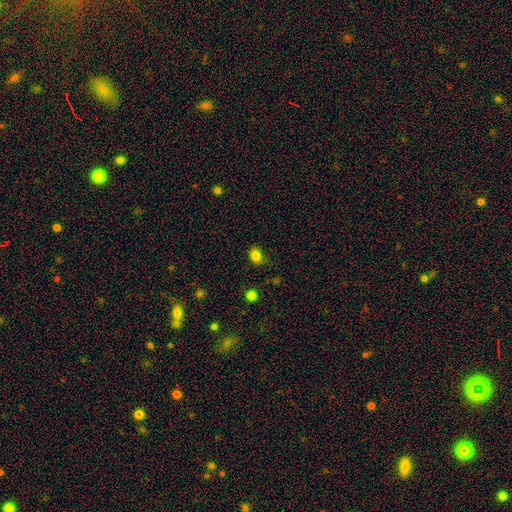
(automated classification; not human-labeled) This appears to be a smooth galaxy with no disk features (82%) that is in between round and cigar-shaped (61%). Merging: none (77%).